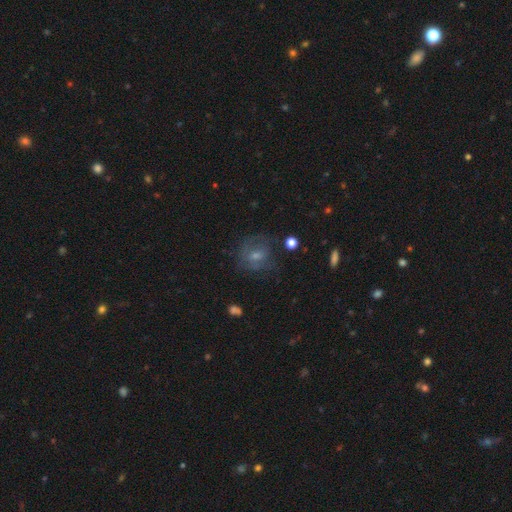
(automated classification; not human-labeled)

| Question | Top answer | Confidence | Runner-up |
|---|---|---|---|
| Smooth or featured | smooth | 39% | tied: featured or disk (39%) |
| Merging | none | 67% | minor disturbance (18%) |